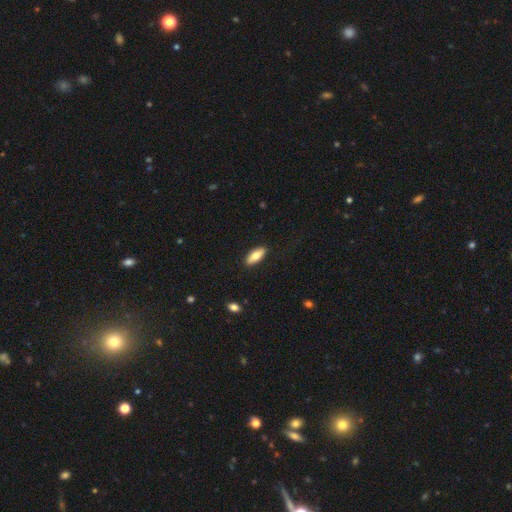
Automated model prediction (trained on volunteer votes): Smooth or featured: smooth — 75% (featured or disk — 20%)
How rounded: in between — 71% (cigar-shaped — 27%)
Merging: none — 88% (minor disturbance — 9%)